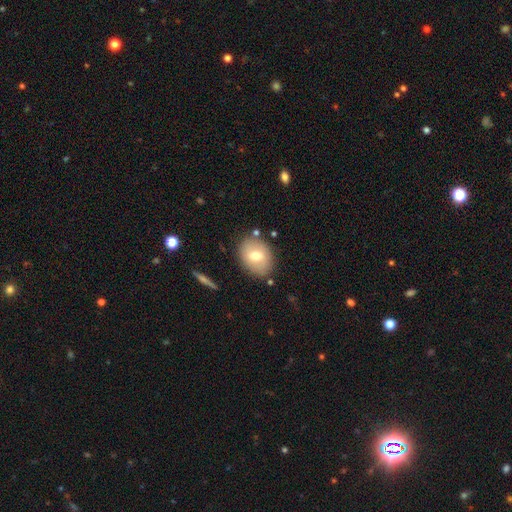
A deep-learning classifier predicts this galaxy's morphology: Smooth or featured? smooth (65%)
How rounded? in between (62%)
Merging? none (81%)